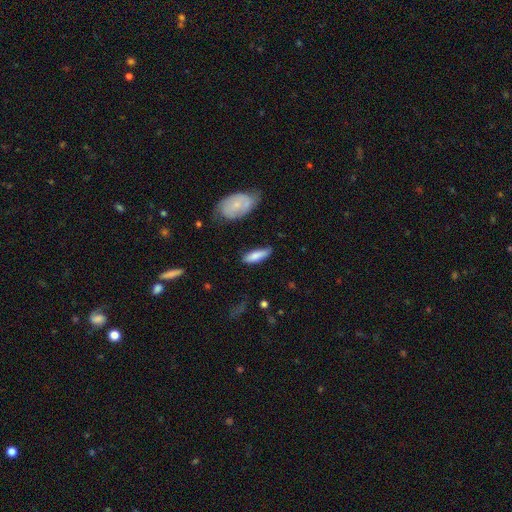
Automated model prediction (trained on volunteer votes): The model was most divided on "how rounded": in between: 50%, cigar-shaped: 48%, round: 2%. More confident: smooth or featured — smooth (78%); merging — none (75%).